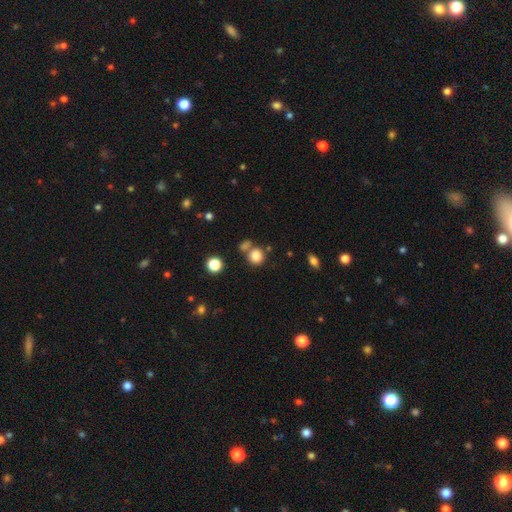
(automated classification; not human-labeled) Smooth or featured: smooth — 82% (star or artifact — 12%)
How rounded: round — 85% (in between — 14%)
Merging: none — 63% (merger — 23%)